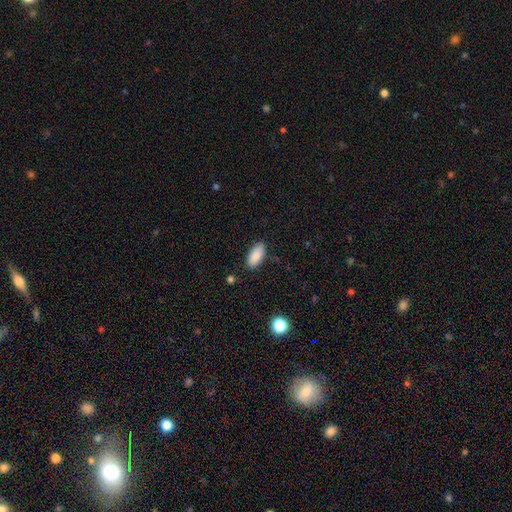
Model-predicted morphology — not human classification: Smooth or featured: smooth — 87% (star or artifact — 7%)
How rounded: in between — 89% (cigar-shaped — 9%)
Merging: none — 86% (minor disturbance — 10%)